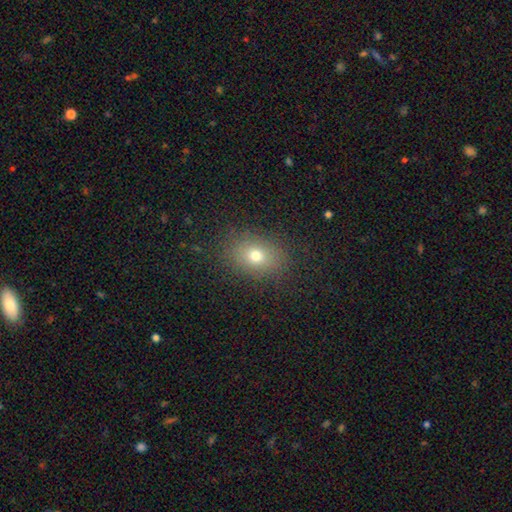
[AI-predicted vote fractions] This appears to be a smooth galaxy with no disk features (71%) that is in between round and cigar-shaped (66%). Merging: none (88%).